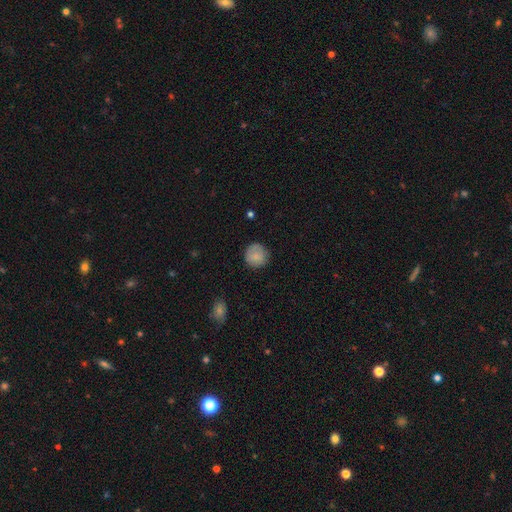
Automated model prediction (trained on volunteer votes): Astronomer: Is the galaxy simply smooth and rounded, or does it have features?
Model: smooth — 80%.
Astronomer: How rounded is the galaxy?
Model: round — 92%.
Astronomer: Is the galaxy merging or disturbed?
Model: none — 83%.